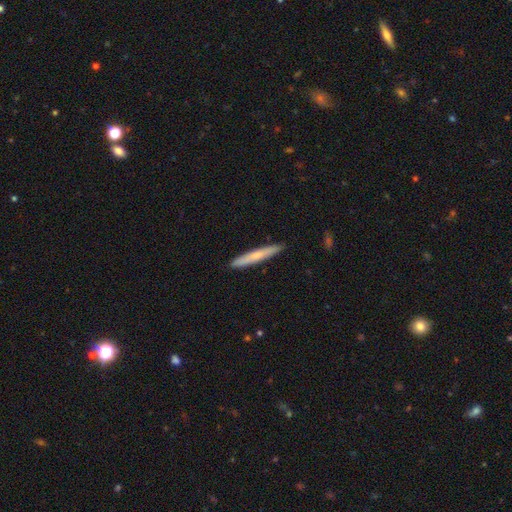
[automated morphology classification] type=smooth (62%); roundness=cigar-shaped (96%); merging=none (91%).